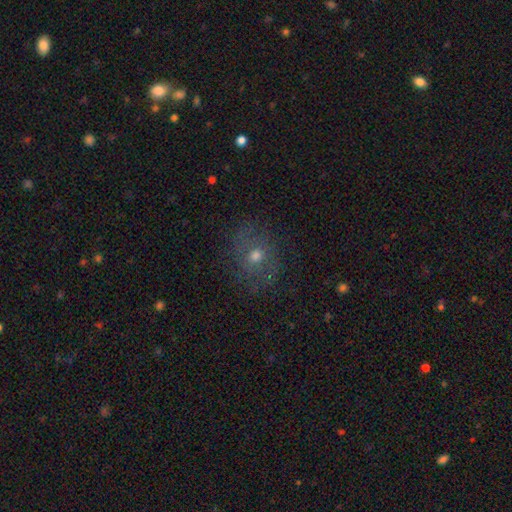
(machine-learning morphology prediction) This is marginally a smooth galaxy (43%). Merging: likely none (76%).